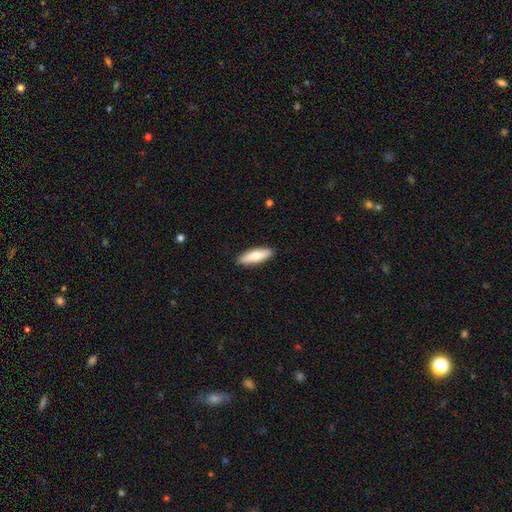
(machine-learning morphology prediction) This appears to be a smooth galaxy with no disk features (81%) that is cigar-shaped (51%). Merging: none (89%).